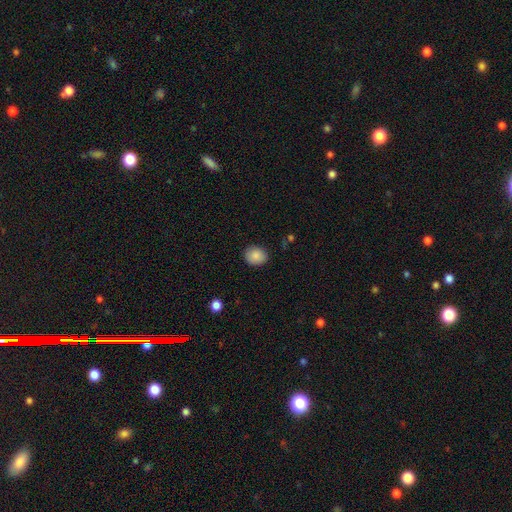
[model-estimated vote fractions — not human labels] The model was most divided on "how rounded": round: 61%, in between: 38%, cigar-shaped: 1%. More confident: merging — none (87%); smooth or featured — smooth (87%).